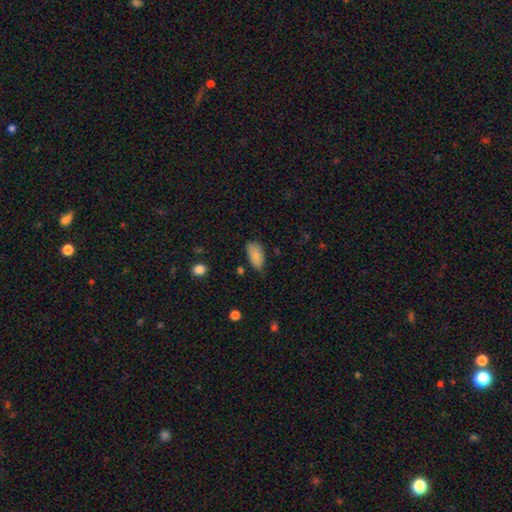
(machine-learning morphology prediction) A smooth galaxy with no disk features (84%) that is in between round and cigar-shaped (93%). Merging: none (59%).